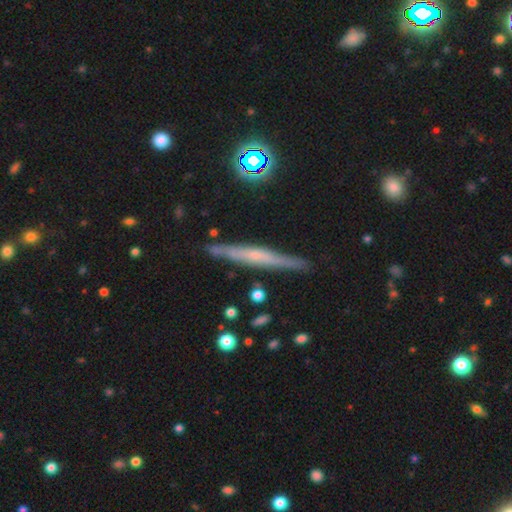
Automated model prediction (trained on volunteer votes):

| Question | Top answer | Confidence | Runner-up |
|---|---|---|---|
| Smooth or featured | featured or disk | 57% | smooth (33%) |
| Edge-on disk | yes | 94% | no (6%) |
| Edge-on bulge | none | 50% | rounded (39%) |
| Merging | none | 85% | minor disturbance (11%) |